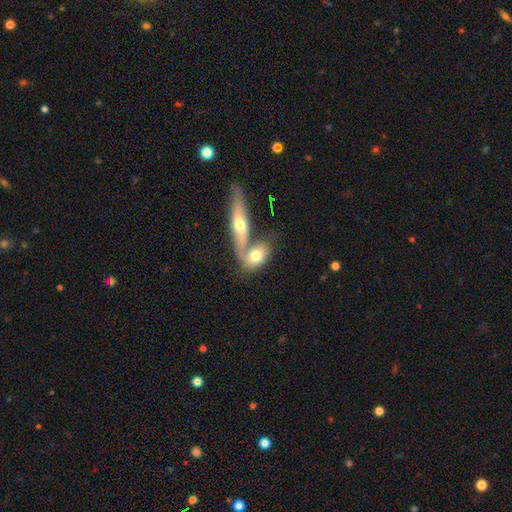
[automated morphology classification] smooth_or_featured: smooth (p=0.64) [alt: featured or disk p=0.30]
how_rounded: in between (p=0.75) [alt: round p=0.13]
merging: merger (p=0.54) [alt: none p=0.31]